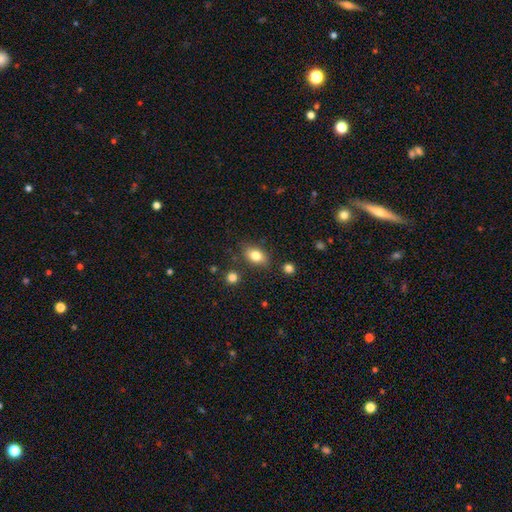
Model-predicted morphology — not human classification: A smooth galaxy with no disk features (81%) that is in between round and cigar-shaped (82%).

Vote fractions:
- Smooth or featured? smooth: 81% / featured or disk: 10% / star or artifact: 9%
- How rounded? in between: 82% / round: 16% / cigar-shaped: 2%
- Merging? none: 80% / minor disturbance: 13% / merger: 4% / major disturbance: 3%